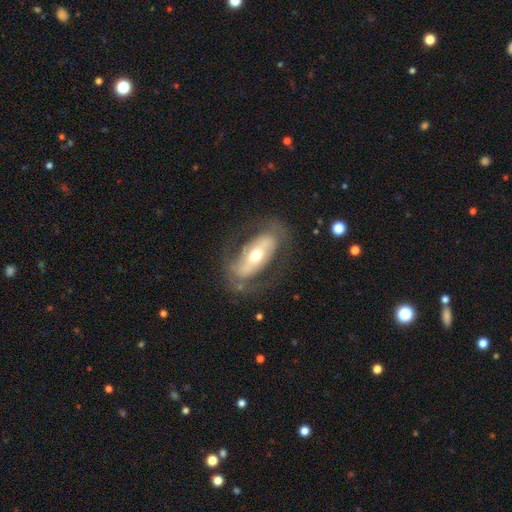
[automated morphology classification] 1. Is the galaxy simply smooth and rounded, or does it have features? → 67% featured or disk, 27% smooth, 6% star or artifact.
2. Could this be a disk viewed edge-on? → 85% no, 15% yes.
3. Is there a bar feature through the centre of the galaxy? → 39% strong (tied), 39% no (tied), 22% weak.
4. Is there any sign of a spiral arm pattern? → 54% yes, 46% no.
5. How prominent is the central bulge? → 65% moderate, 26% small, 7% large, 1% dominant, 1% none.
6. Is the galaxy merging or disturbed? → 69% none, 16% minor disturbance, 12% major disturbance, 2% merger.